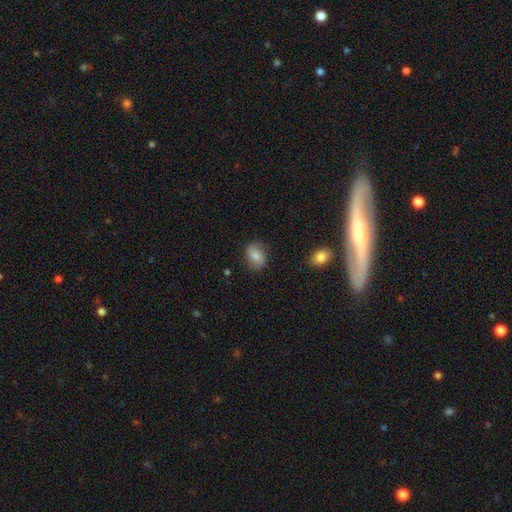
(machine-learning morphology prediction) smooth-or-featured: smooth: 73% | featured or disk: 18% | star or artifact: 8%
  how-rounded: in between: 64% | round: 35% | cigar-shaped: 2%
  merging: none: 76% | minor disturbance: 17% | major disturbance: 5% | merger: 2%